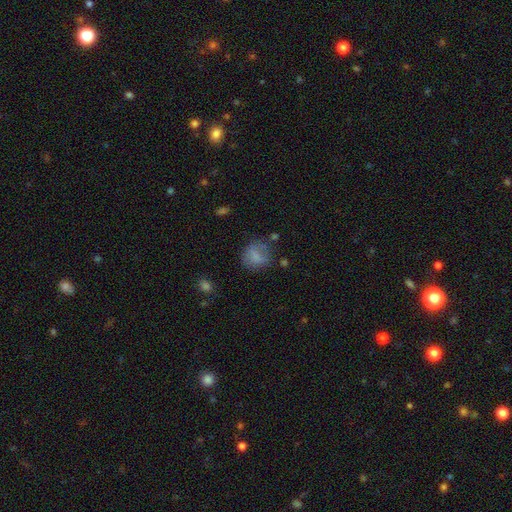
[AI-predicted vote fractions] Overall: smooth (75%). How rounded: round (72%). Merging: none (64%).